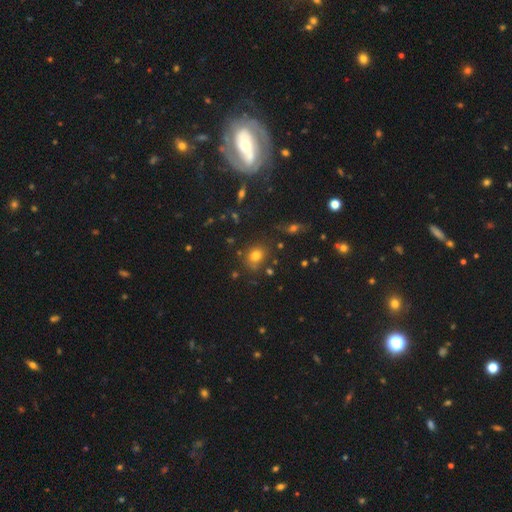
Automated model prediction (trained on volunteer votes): A smooth galaxy with no disk features (74%) that is round (64%). Merging: none (77%).